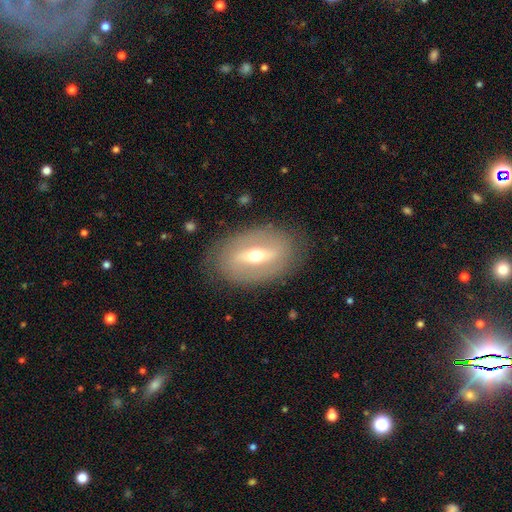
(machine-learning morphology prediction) Q: Smooth or featured?
A: featured or disk (68%); runner-up: smooth (25%)
Q: Edge-on disk?
A: no (81%); runner-up: yes (19%)
Q: Bar?
A: strong (60%); runner-up: weak (28%)
Q: Spiral arms?
A: no (68%); runner-up: yes (32%)
Q: Bulge size?
A: moderate (69%); runner-up: small (22%)
Q: Merging?
A: none (82%); runner-up: minor disturbance (12%)